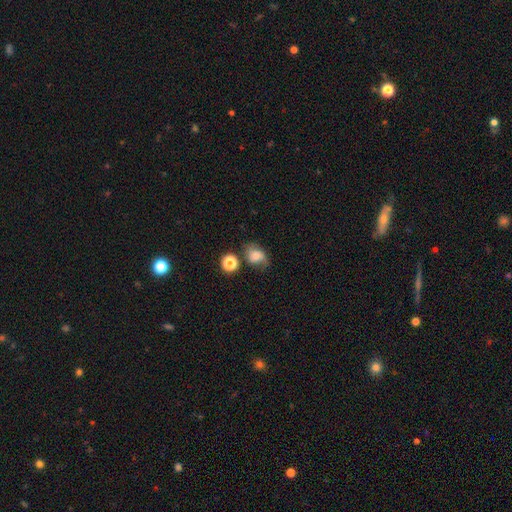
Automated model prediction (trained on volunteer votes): Smooth or featured?
  - smooth: 65% *
  - featured or disk: 23%
  - star or artifact: 12%
How rounded?
  - in between: 56% *
  - round: 43%
  - cigar-shaped: 1%
Merging?
  - none: 55% *
  - minor disturbance: 26%
  - major disturbance: 10%
  - merger: 9%